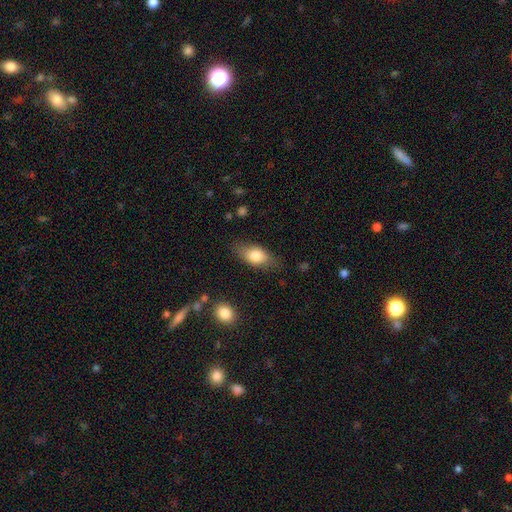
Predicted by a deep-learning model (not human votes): Q: Smooth or featured?
A: smooth (77%); runner-up: featured or disk (16%)
Q: How rounded?
A: in between (85%); runner-up: cigar-shaped (8%)
Q: Merging?
A: none (76%); runner-up: minor disturbance (17%)